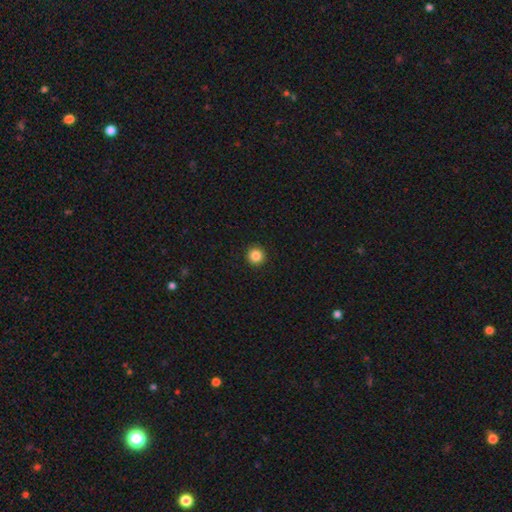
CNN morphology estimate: This is clearly a smooth galaxy (86%). How rounded: clearly round (96%). Merging: clearly none (93%).